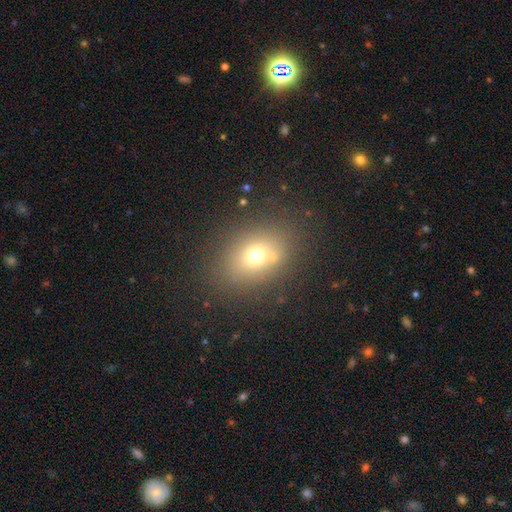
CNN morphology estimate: Q: Smooth or featured?
A: smooth (66%); runner-up: star or artifact (17%)
Q: How rounded?
A: in between (59%); runner-up: round (40%)
Q: Merging?
A: none (72%); runner-up: minor disturbance (12%)